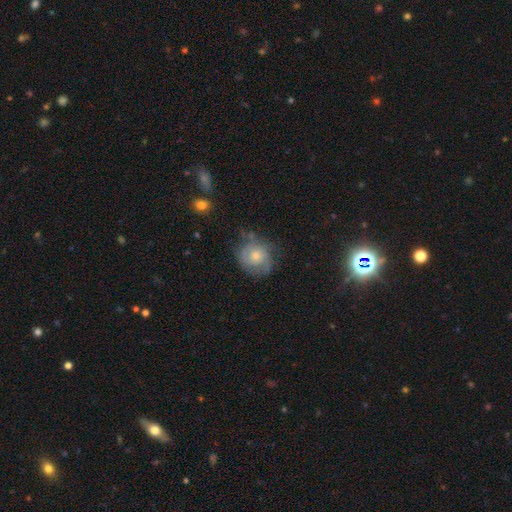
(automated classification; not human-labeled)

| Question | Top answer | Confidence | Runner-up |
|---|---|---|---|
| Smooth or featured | featured or disk | 50% | smooth (42%) |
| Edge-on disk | no | 97% | yes (3%) |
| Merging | none | 60% | minor disturbance (25%) |